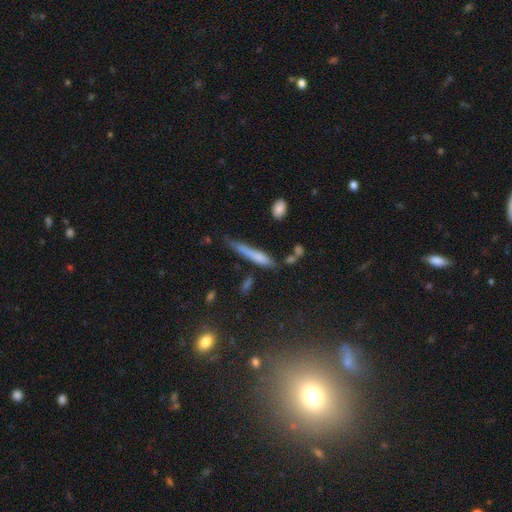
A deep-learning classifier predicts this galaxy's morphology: smooth-or-featured: smooth: 65% | featured or disk: 25% | star or artifact: 10%
  how-rounded: cigar-shaped: 91% | in between: 7% | round: 2%
  merging: none: 54% | minor disturbance: 28% | major disturbance: 10% | merger: 8%